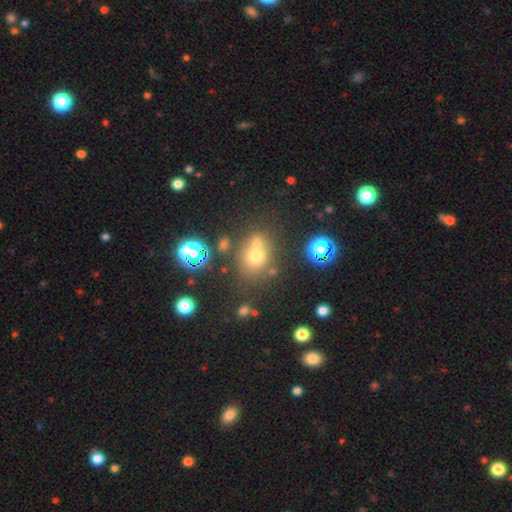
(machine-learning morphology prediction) The model was most divided on "merging": none: 53%, merger: 33%, minor disturbance: 10%, major disturbance: 5%. More confident: how rounded — round (71%); smooth or featured — smooth (60%).